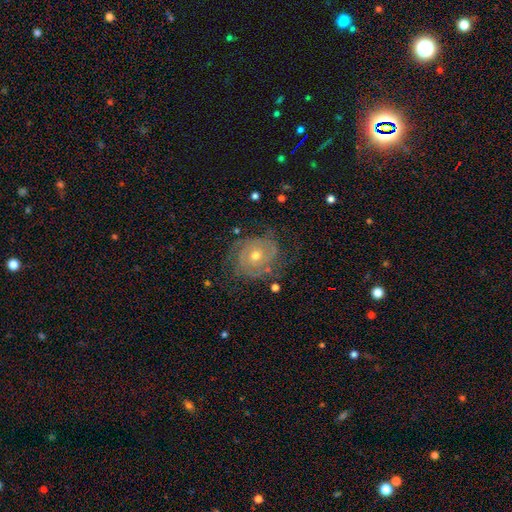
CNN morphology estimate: Q: Smooth or featured?
A: featured or disk (83%); runner-up: smooth (10%)
Q: Edge-on disk?
A: no (97%); runner-up: yes (3%)
Q: Bar?
A: no (81%); runner-up: weak (15%)
Q: Spiral arms?
A: yes (93%); runner-up: no (7%)
Q: Spiral winding?
A: tight (70%); runner-up: medium (24%)
Q: Spiral arm count?
A: 2 (32%); runner-up: can't tell (28%)
Q: Bulge size?
A: moderate (58%); runner-up: small (39%)
Q: Merging?
A: none (71%); runner-up: minor disturbance (18%)